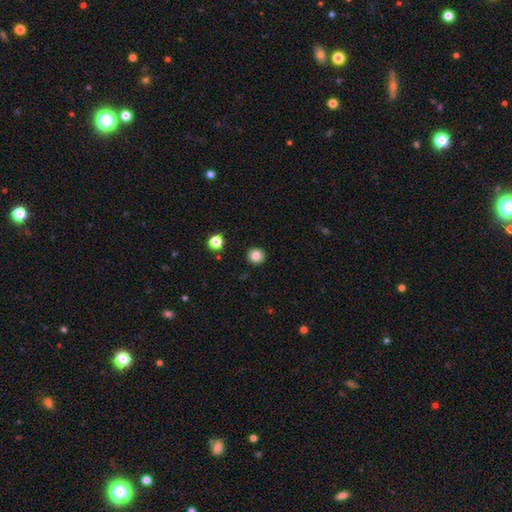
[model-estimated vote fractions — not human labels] Smooth or featured? Predicted: smooth (p=0.83). How rounded? Predicted: round (p=0.91). Merging? Predicted: none (p=0.92).